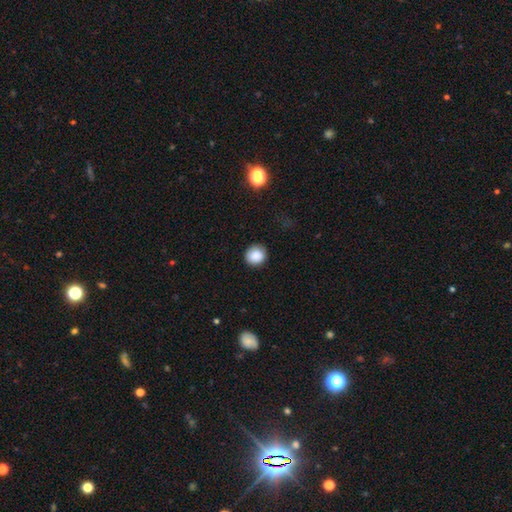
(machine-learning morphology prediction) Q: Smooth or featured?
A: smooth (88%); runner-up: star or artifact (9%)
Q: How rounded?
A: round (91%); runner-up: in between (8%)
Q: Merging?
A: none (90%); runner-up: minor disturbance (7%)